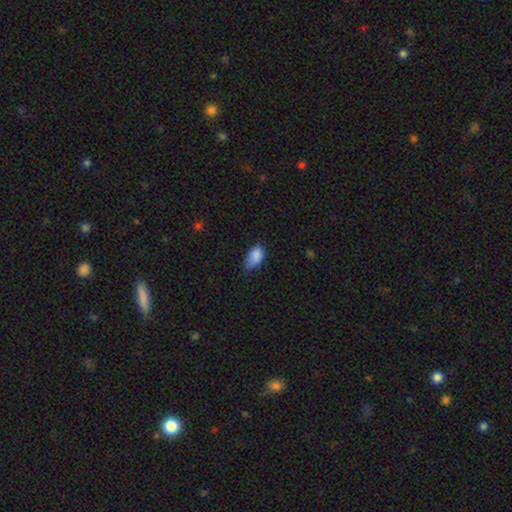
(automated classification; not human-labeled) Smooth or featured?
  - smooth: 86% *
  - star or artifact: 8%
  - featured or disk: 6%
How rounded?
  - in between: 91% *
  - round: 6%
  - cigar-shaped: 3%
Merging?
  - minor disturbance: 49% *
  - none: 38%
  - major disturbance: 11%
  - merger: 2%